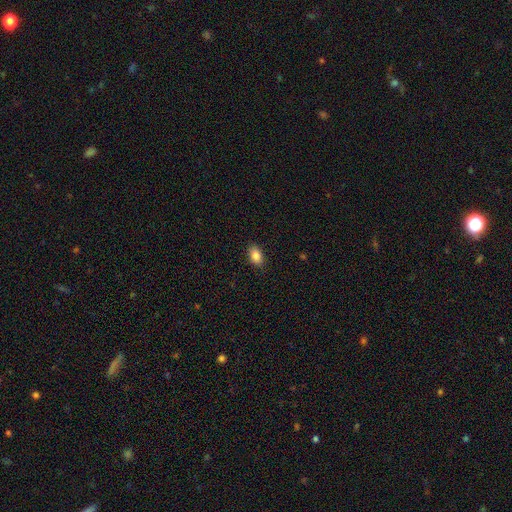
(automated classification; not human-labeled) Overall: smooth (86%). How rounded: in between (87%). Merging: none (87%).